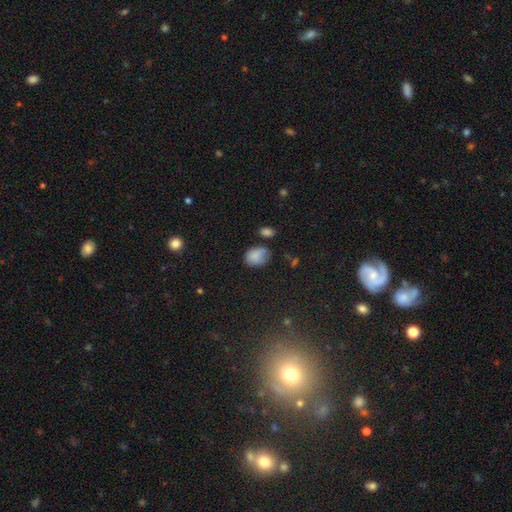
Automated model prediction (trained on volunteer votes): Smooth or featured?
  - smooth: 81% *
  - star or artifact: 11%
  - featured or disk: 9%
How rounded?
  - in between: 68% *
  - round: 30%
  - cigar-shaped: 1%
Merging?
  - none: 51% *
  - minor disturbance: 32%
  - major disturbance: 10%
  - merger: 7%